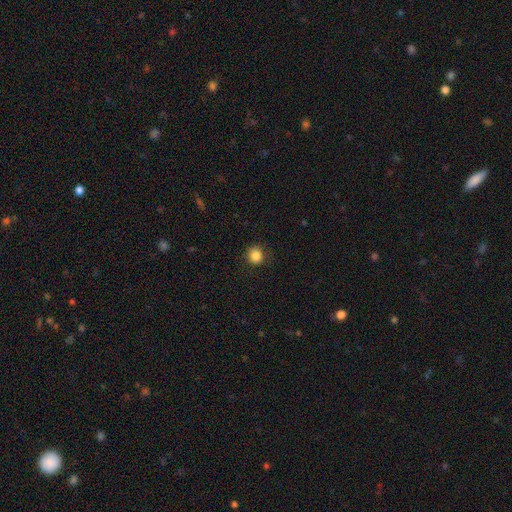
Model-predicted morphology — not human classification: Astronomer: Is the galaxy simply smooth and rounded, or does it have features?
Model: smooth — 85%.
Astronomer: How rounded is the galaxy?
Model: round — 90%.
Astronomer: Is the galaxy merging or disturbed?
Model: none — 88%.